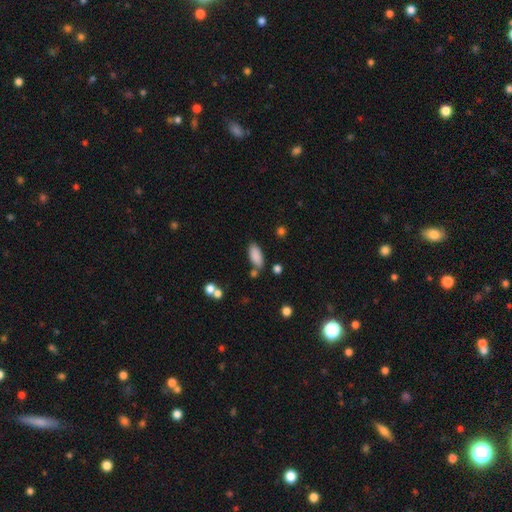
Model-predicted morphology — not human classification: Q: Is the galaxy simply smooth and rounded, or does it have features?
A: smooth — 87%.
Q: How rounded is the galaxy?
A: in between — 83%.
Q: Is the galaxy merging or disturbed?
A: none — 74%.